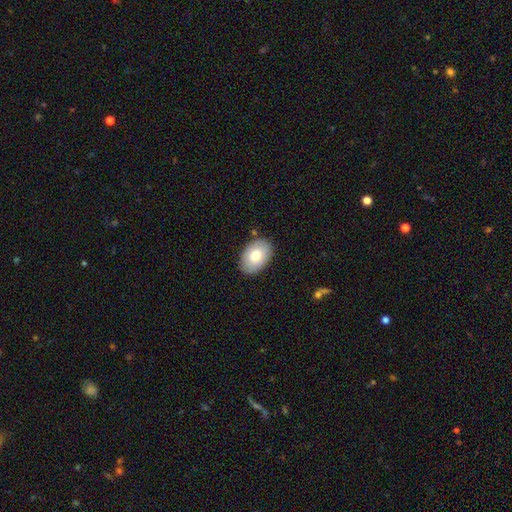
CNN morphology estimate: A smooth galaxy with no disk features (78%) that is in between round and cigar-shaped (88%).

Vote fractions:
- Smooth or featured? smooth: 78% / featured or disk: 16% / star or artifact: 6%
- How rounded? in between: 88% / round: 11% / cigar-shaped: 1%
- Merging? none: 86% / minor disturbance: 11% / major disturbance: 2% / merger: 2%